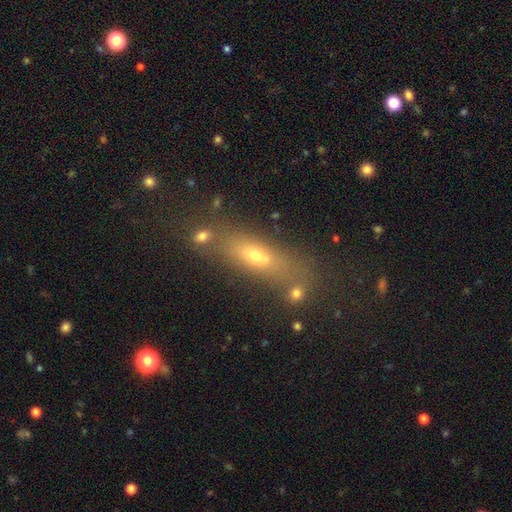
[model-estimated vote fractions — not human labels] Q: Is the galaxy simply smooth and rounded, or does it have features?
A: smooth — 56%.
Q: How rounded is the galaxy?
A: cigar-shaped — 51%.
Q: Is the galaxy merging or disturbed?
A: none — 70%.